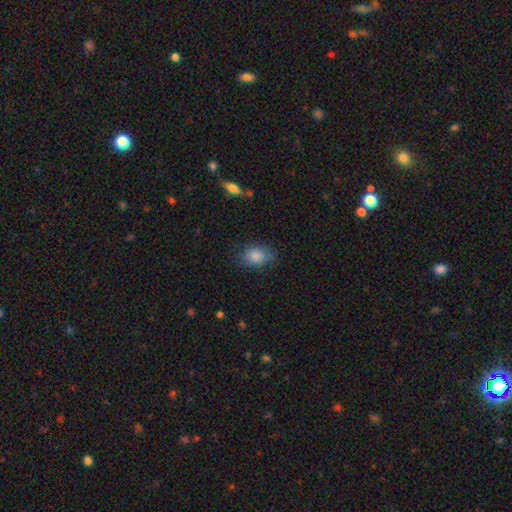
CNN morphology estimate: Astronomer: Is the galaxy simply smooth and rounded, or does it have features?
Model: smooth — 81%.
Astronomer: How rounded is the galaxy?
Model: in between — 72%.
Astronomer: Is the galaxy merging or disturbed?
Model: none — 71%.